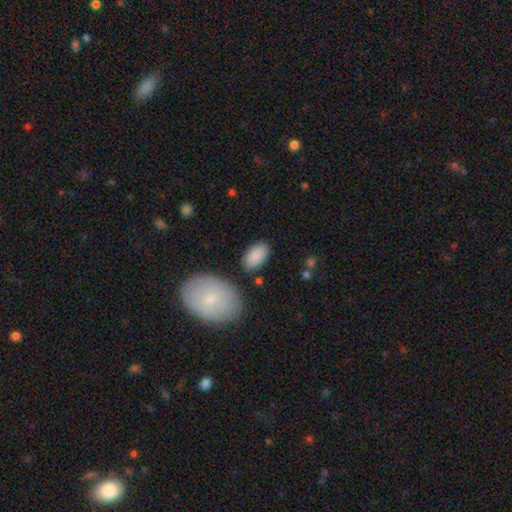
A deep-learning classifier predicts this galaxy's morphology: The model was most divided on "merging": none: 80%, minor disturbance: 12%, merger: 5%, major disturbance: 3%. More confident: how rounded — in between (94%); smooth or featured — smooth (88%).